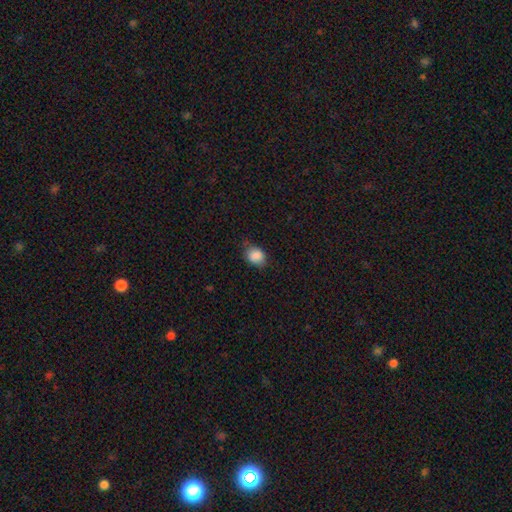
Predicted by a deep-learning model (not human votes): smooth 87%, star or artifact 9%, featured or disk 5%. Down the decision tree: how rounded — in between (54%); merging — none (69%).